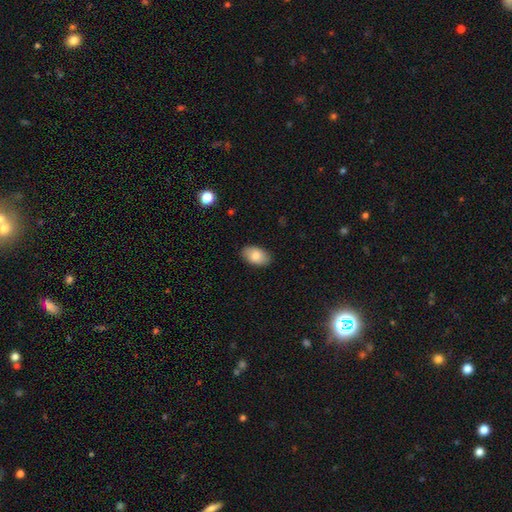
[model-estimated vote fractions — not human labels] Smooth or featured?
  - smooth: 84% *
  - featured or disk: 10%
  - star or artifact: 7%
How rounded?
  - in between: 92% *
  - round: 6%
  - cigar-shaped: 1%
Merging?
  - none: 87% *
  - minor disturbance: 10%
  - major disturbance: 2%
  - merger: 1%